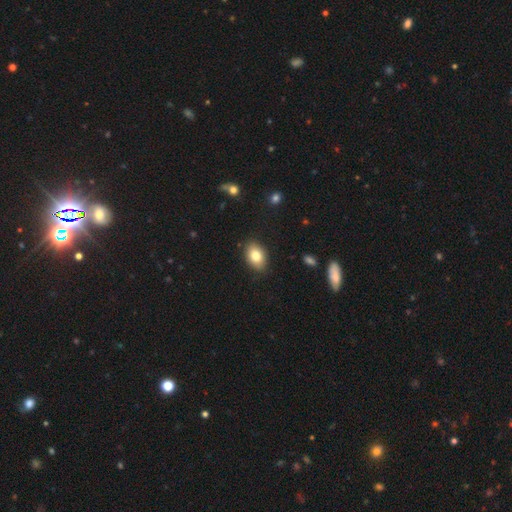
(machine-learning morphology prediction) smooth_or_featured: smooth (p=0.81) [alt: featured or disk p=0.11]
how_rounded: in between (p=0.82) [alt: round p=0.16]
merging: none (p=0.86) [alt: minor disturbance p=0.10]